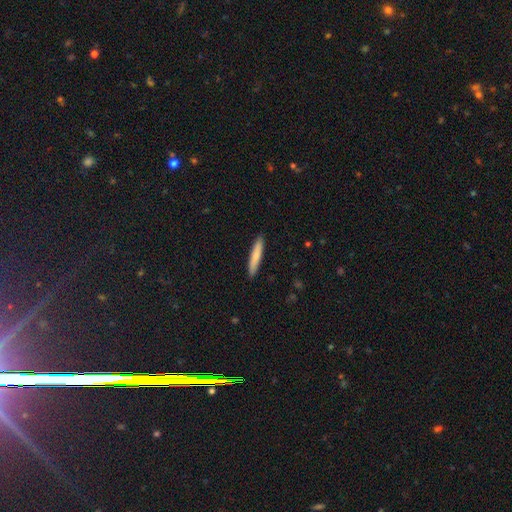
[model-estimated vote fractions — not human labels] Overall: smooth (76%). How rounded: cigar-shaped (93%). Merging: none (91%).